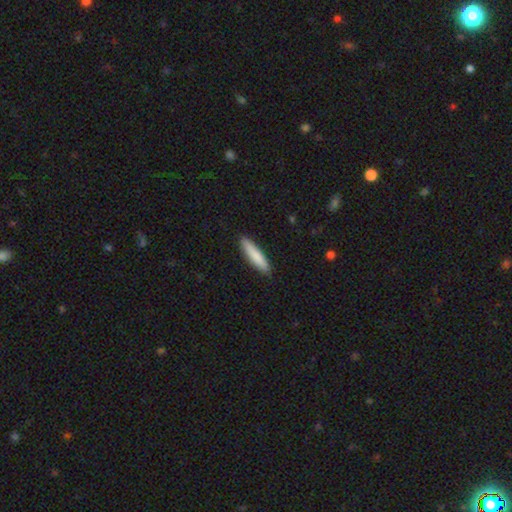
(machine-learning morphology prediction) The model was most divided on "how rounded": cigar-shaped: 83%, in between: 16%, round: 1%. More confident: merging — none (89%); smooth or featured — smooth (83%).